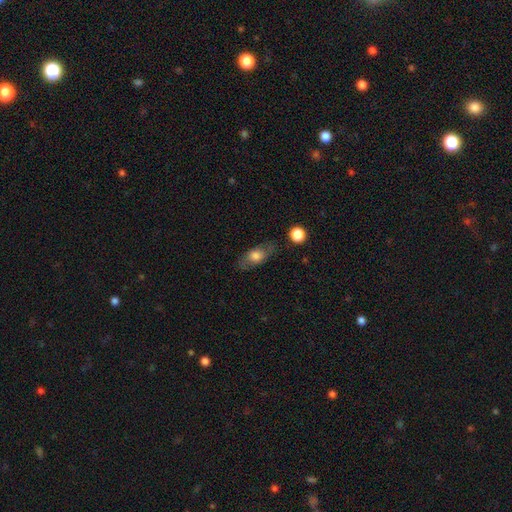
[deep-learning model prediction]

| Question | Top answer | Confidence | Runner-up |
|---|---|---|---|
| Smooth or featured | smooth | 64% | featured or disk (28%) |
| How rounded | in between | 76% | round (12%) |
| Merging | none | 74% | minor disturbance (17%) |